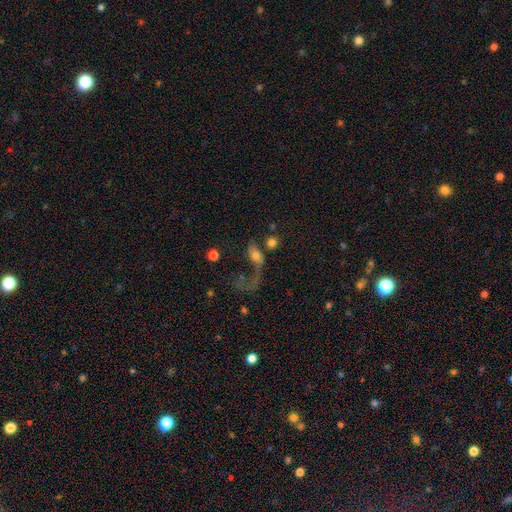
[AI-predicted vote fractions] smooth_or_featured: featured or disk (p=0.45) [alt: smooth p=0.44]
merging: major disturbance (p=0.47) [alt: merger p=0.22]